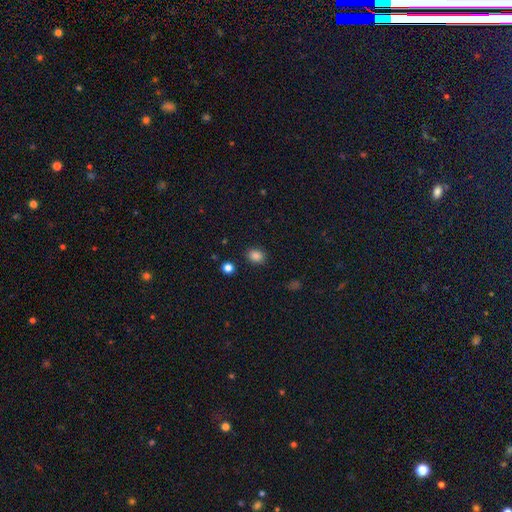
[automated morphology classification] This is clearly a smooth galaxy (85%). How rounded: possibly round (51%). Merging: clearly none (87%).